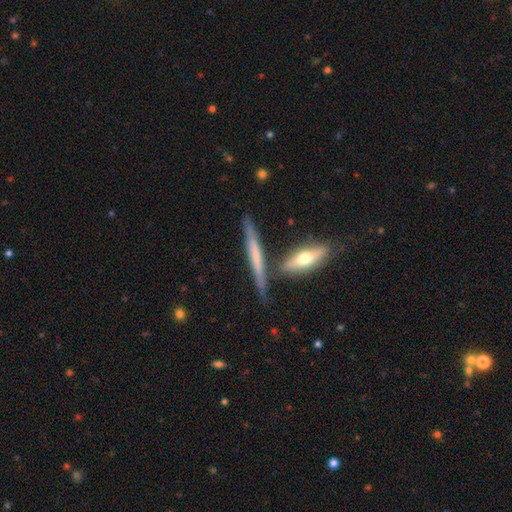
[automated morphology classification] This is possibly a featured or disk galaxy (55%). It is clearly viewed edge-on (93%). Edge-on bulge: possibly none (55%). Merging: likely none (72%).